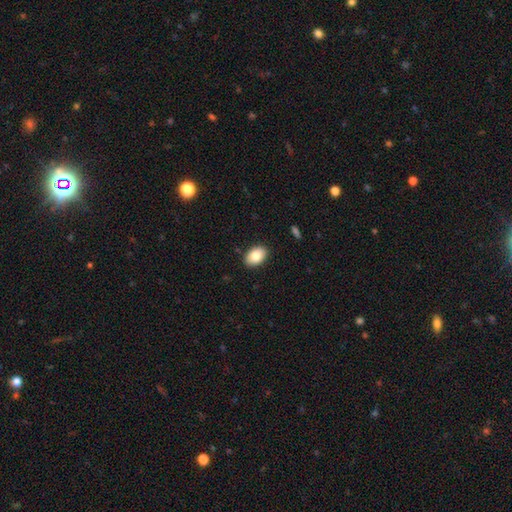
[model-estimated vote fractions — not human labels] Smooth or featured: smooth — 81% (featured or disk — 12%)
How rounded: in between — 88% (round — 11%)
Merging: none — 88% (minor disturbance — 9%)